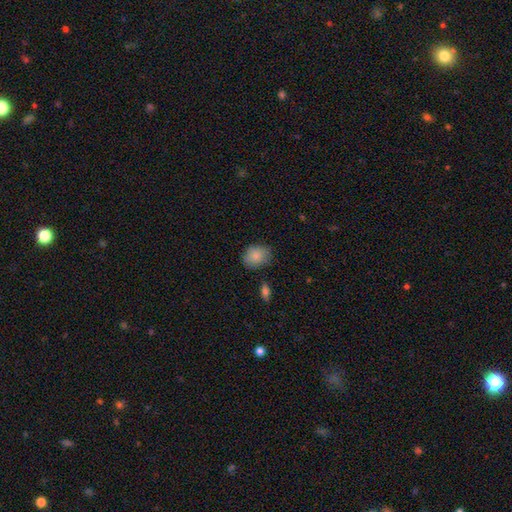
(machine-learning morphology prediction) Overall: smooth (85%). How rounded: round (50%; in between 49%). Merging: none (75%).